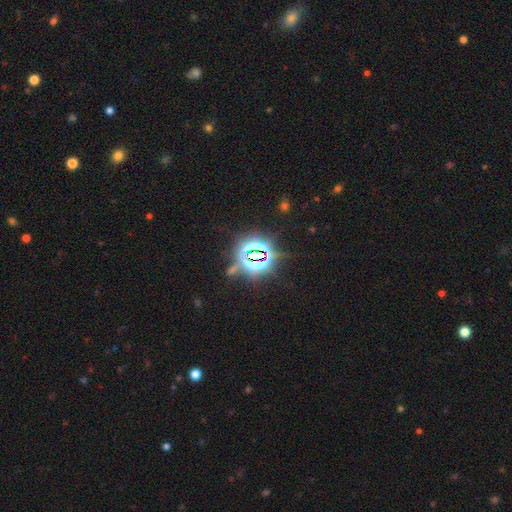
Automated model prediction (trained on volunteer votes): Overall: star or artifact (81%).